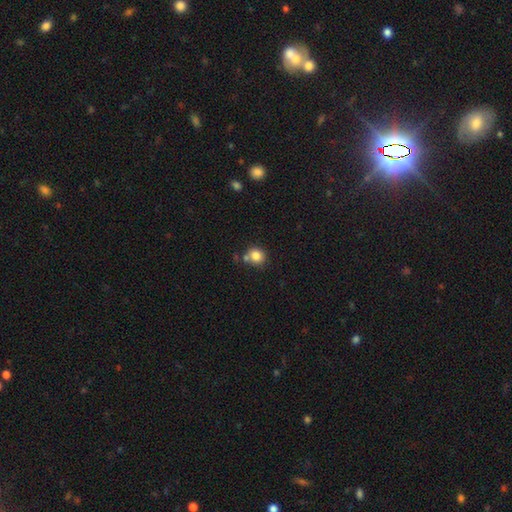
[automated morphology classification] smooth_or_featured: smooth (p=0.82) [alt: star or artifact p=0.11]
how_rounded: round (p=0.81) [alt: in between p=0.18]
merging: none (p=0.65) [alt: merger p=0.19]